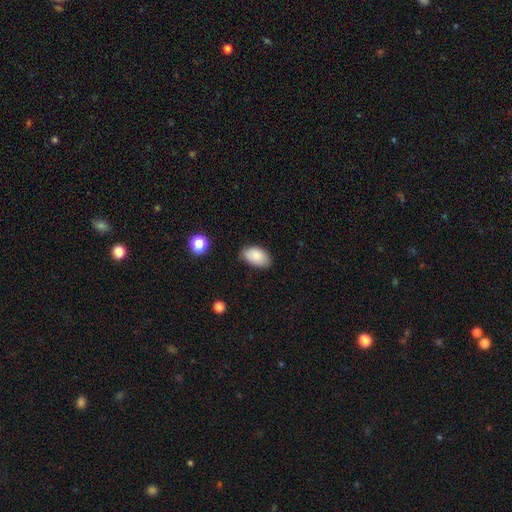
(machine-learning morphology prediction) A smooth galaxy with no disk features (86%) that is in between round and cigar-shaped (92%).

Vote fractions:
- Smooth or featured? smooth: 86% / star or artifact: 7% / featured or disk: 6%
- How rounded? in between: 92% / round: 6% / cigar-shaped: 1%
- Merging? none: 77% / minor disturbance: 19% / major disturbance: 3% / merger: 1%